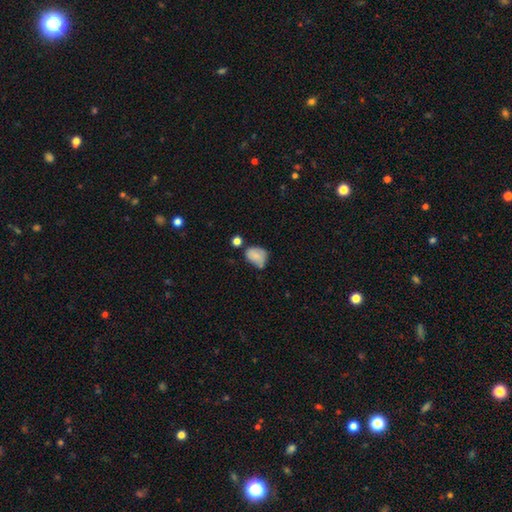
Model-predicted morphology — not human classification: This appears to be a smooth galaxy with no disk features (74%) that is in between round and cigar-shaped (63%). Merging: minor disturbance (38%).